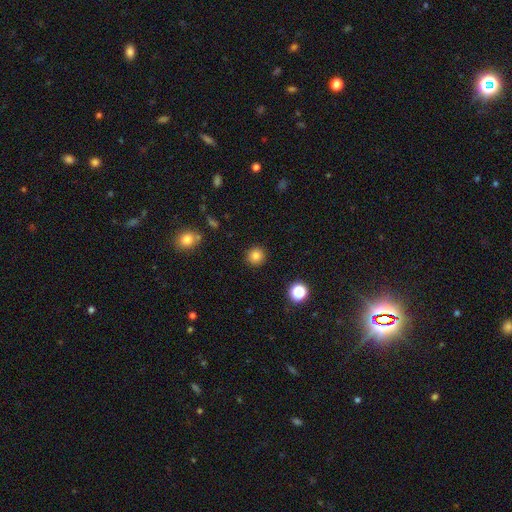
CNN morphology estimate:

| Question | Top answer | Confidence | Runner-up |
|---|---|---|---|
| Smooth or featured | smooth | 82% | star or artifact (12%) |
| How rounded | round | 92% | in between (7%) |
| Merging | none | 90% | minor disturbance (6%) |